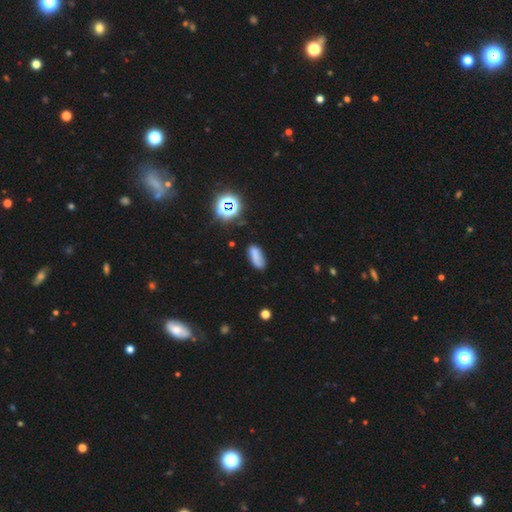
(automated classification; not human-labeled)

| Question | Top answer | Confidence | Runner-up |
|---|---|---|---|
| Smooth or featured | smooth | 72% | star or artifact (15%) |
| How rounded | in between | 79% | cigar-shaped (17%) |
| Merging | none | 64% | minor disturbance (23%) |